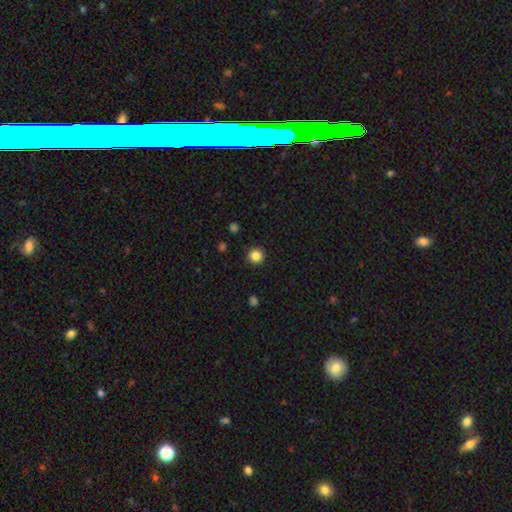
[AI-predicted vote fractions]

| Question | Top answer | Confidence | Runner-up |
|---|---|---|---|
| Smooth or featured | smooth | 85% | star or artifact (11%) |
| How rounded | round | 95% | in between (4%) |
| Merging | none | 92% | minor disturbance (5%) |